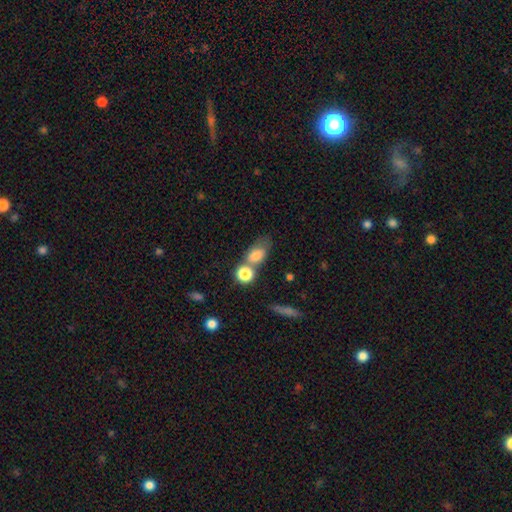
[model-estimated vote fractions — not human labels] Smooth or featured?
  - smooth: 76% *
  - featured or disk: 13%
  - star or artifact: 11%
How rounded?
  - in between: 75% *
  - round: 21%
  - cigar-shaped: 4%
Merging?
  - merger: 39% *
  - none: 38%
  - minor disturbance: 15%
  - major disturbance: 8%